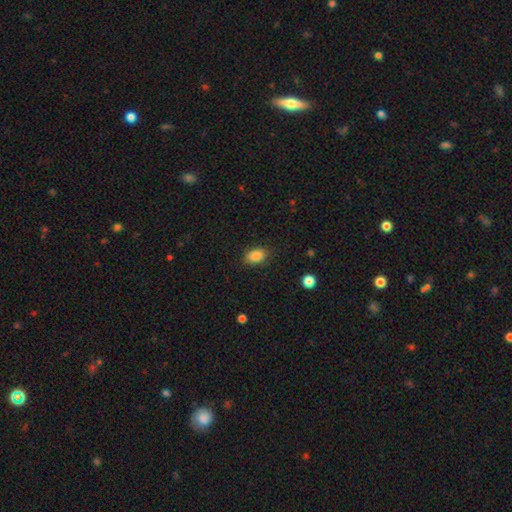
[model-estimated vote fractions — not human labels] Smooth or featured? smooth (87%)
How rounded? in between (86%)
Merging? none (86%)